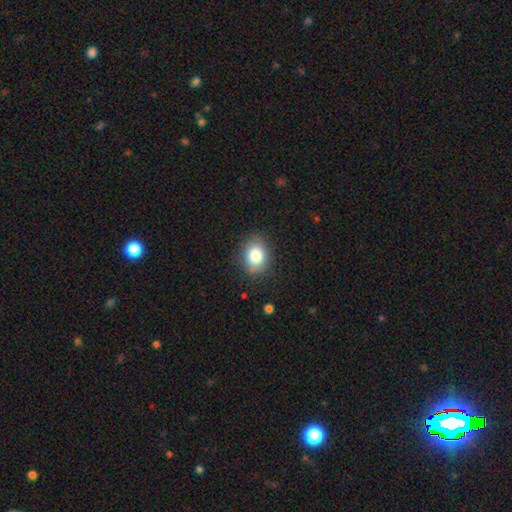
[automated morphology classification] smooth_or_featured: smooth (p=0.82) [alt: star or artifact p=0.09]
how_rounded: in between (p=0.53) [alt: round p=0.46]
merging: none (p=0.81) [alt: minor disturbance p=0.14]